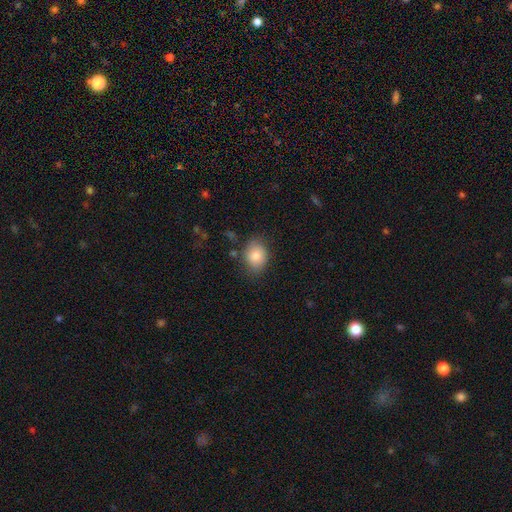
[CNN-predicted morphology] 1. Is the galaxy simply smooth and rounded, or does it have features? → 84% smooth, 8% featured or disk, 8% star or artifact.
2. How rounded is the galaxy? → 55% in between, 44% round, 1% cigar-shaped.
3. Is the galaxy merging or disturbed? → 75% none, 18% minor disturbance, 5% major disturbance, 3% merger.